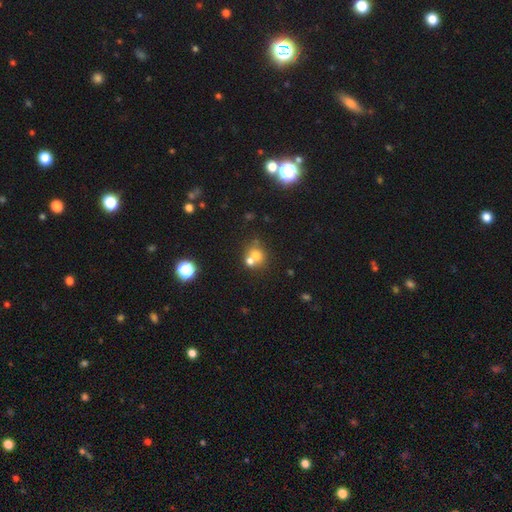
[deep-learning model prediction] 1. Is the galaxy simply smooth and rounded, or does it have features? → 66% smooth, 17% featured or disk, 17% star or artifact.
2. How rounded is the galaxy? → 77% round, 22% in between, 1% cigar-shaped.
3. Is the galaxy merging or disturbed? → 46% merger, 42% none, 8% minor disturbance, 4% major disturbance.